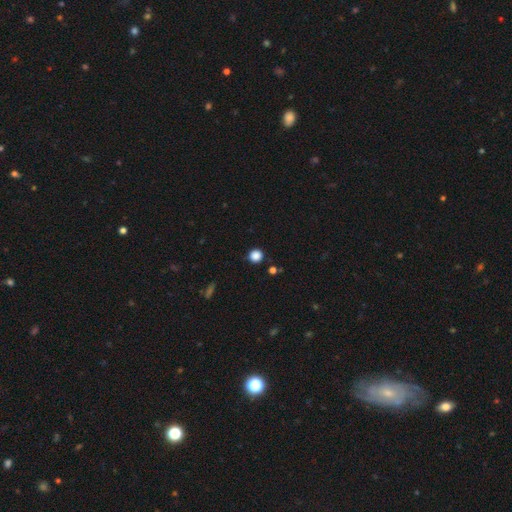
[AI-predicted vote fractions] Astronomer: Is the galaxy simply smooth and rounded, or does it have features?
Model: smooth — 85%.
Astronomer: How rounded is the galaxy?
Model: round — 94%.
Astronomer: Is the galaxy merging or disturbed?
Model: none — 89%.